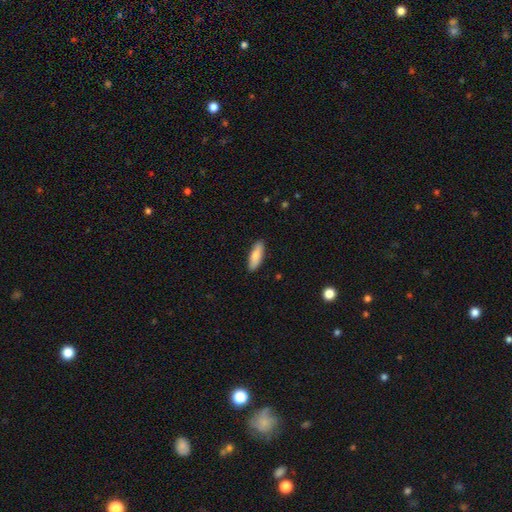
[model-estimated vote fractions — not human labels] Smooth or featured?
  - smooth: 83% *
  - featured or disk: 11%
  - star or artifact: 6%
How rounded?
  - in between: 58% *
  - cigar-shaped: 41%
  - round: 2%
Merging?
  - none: 88% *
  - minor disturbance: 9%
  - major disturbance: 2%
  - merger: 1%